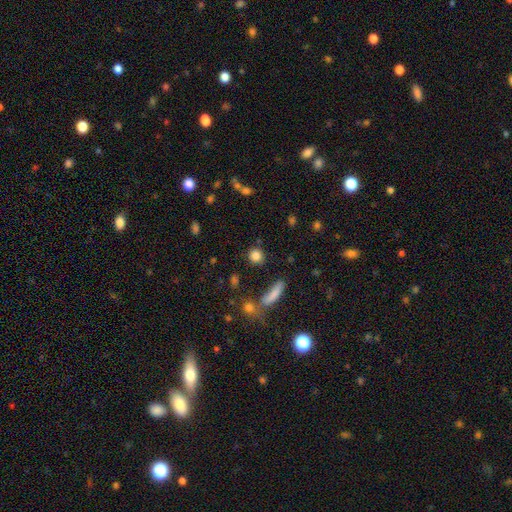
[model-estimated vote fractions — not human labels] A smooth galaxy with no disk features (84%) that is round (81%).

Vote fractions:
- Smooth or featured? smooth: 84% / star or artifact: 10% / featured or disk: 6%
- How rounded? round: 81% / in between: 15% / cigar-shaped: 4%
- Merging? none: 81% / minor disturbance: 10% / merger: 6% / major disturbance: 4%